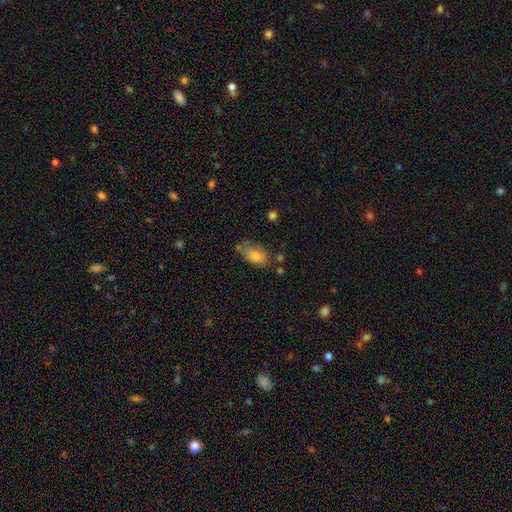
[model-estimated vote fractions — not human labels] A smooth galaxy with no disk features (74%) that is in between round and cigar-shaped (89%). Merging: none (51%).